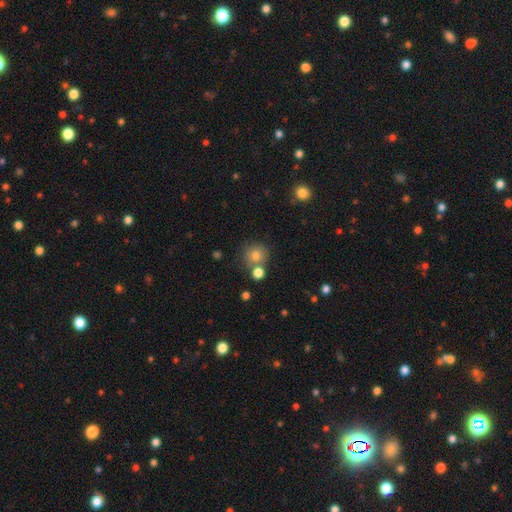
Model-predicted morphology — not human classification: A smooth galaxy with no disk features (78%) that is round (90%). Merging: none (66%).